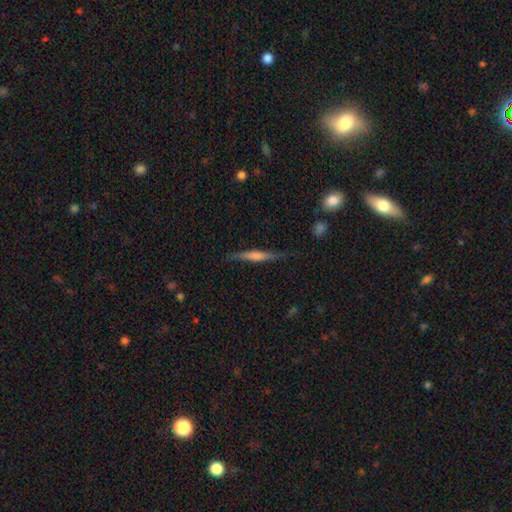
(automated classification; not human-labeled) Overall: featured or disk (59%; smooth 34%). Edge-on disk: yes (96%). Edge-on bulge: rounded (46%; none 31%). Merging: none (84%).